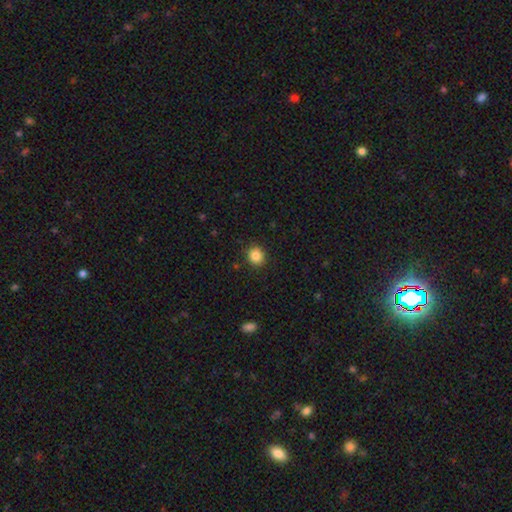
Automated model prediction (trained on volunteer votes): smooth-or-featured: smooth: 85% | star or artifact: 10% | featured or disk: 4%
  how-rounded: round: 85% | in between: 14% | cigar-shaped: 1%
  merging: none: 89% | minor disturbance: 7% | major disturbance: 2% | merger: 1%